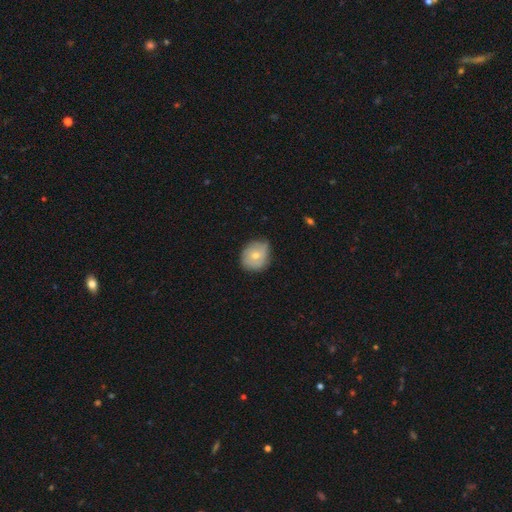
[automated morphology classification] A smooth galaxy with no disk features (60%) that is round (66%). Merging: none (62%).